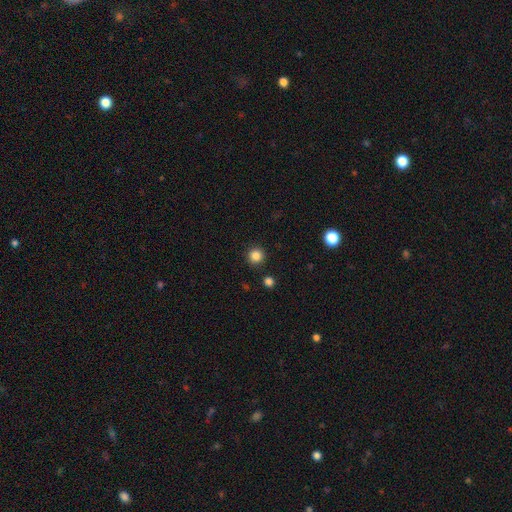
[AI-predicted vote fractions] Q: Smooth or featured?
A: smooth (85%); runner-up: star or artifact (12%)
Q: How rounded?
A: round (95%); runner-up: in between (4%)
Q: Merging?
A: none (90%); runner-up: minor disturbance (5%)